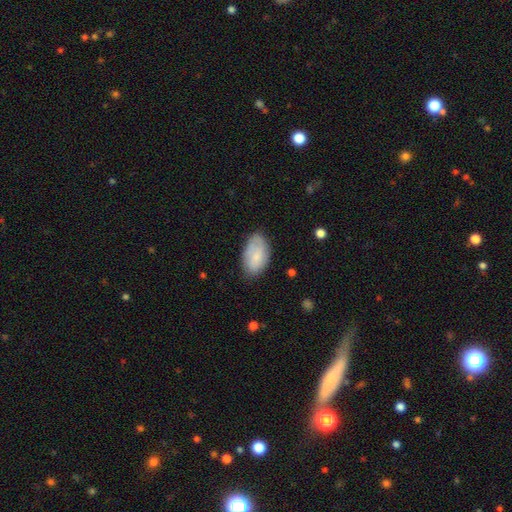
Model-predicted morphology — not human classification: type=smooth (73%); roundness=in between (94%); merging=none (72%).